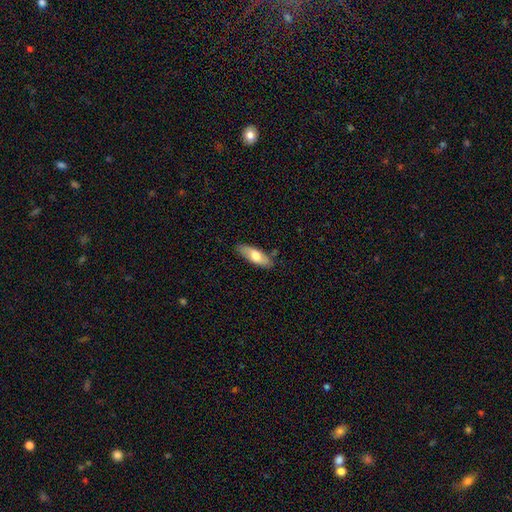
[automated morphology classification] Q: Smooth or featured?
A: smooth (67%); runner-up: featured or disk (27%)
Q: How rounded?
A: in between (64%); runner-up: cigar-shaped (34%)
Q: Merging?
A: none (81%); runner-up: minor disturbance (14%)